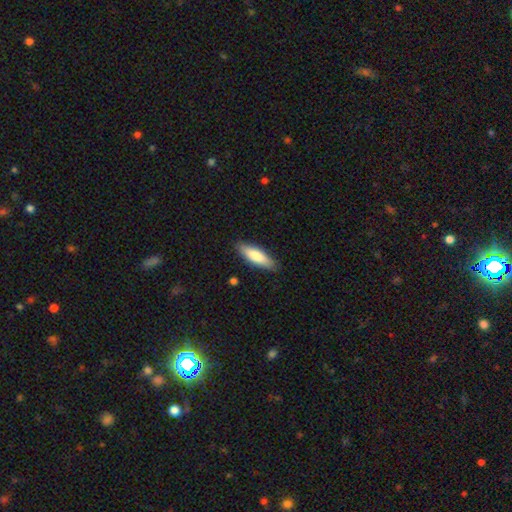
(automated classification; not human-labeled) Smooth or featured?
  - smooth: 77% *
  - featured or disk: 17%
  - star or artifact: 5%
How rounded?
  - cigar-shaped: 57% *
  - in between: 41%
  - round: 2%
Merging?
  - none: 87% *
  - minor disturbance: 10%
  - major disturbance: 2%
  - merger: 1%